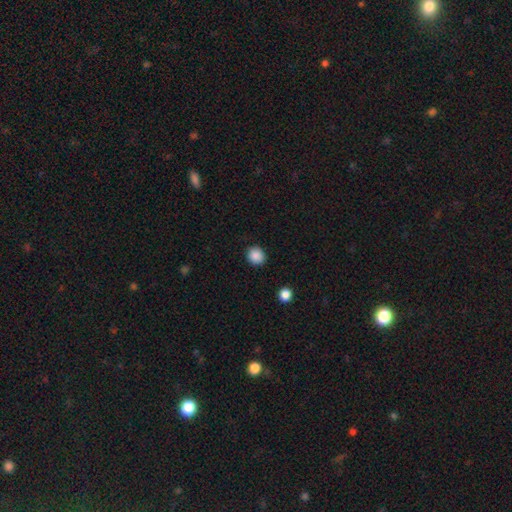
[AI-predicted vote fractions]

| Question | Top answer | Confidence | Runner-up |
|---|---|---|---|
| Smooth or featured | smooth | 88% | star or artifact (9%) |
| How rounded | round | 81% | in between (18%) |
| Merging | none | 89% | minor disturbance (8%) |